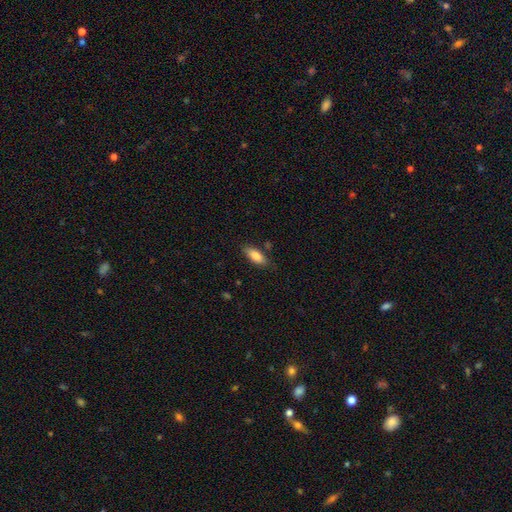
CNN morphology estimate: Smooth or featured? Predicted: smooth (p=0.83). How rounded? Predicted: in between (p=0.76). Merging? Predicted: none (p=0.80).